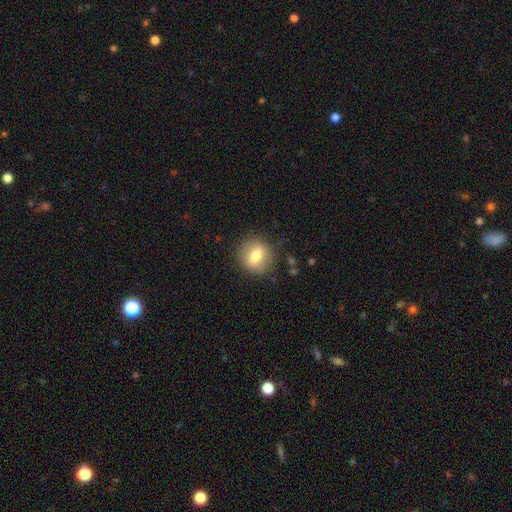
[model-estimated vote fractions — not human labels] Smooth or featured?
  - smooth: 66% *
  - featured or disk: 25%
  - star or artifact: 9%
How rounded?
  - round: 78% *
  - in between: 20%
  - cigar-shaped: 2%
Merging?
  - none: 84% *
  - minor disturbance: 11%
  - major disturbance: 4%
  - merger: 1%